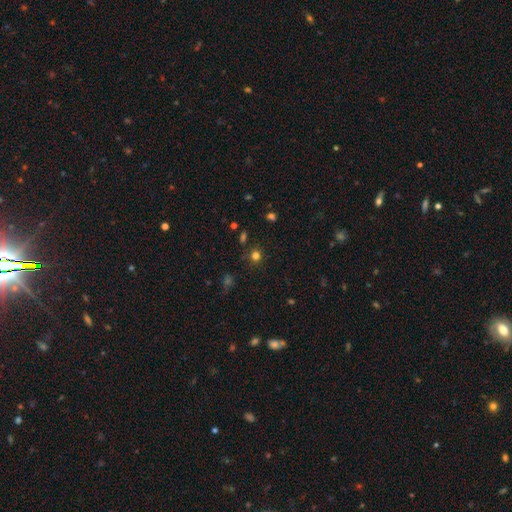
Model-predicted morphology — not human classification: Smooth or featured: smooth — 71% (star or artifact — 24%)
How rounded: round — 89% (in between — 10%)
Merging: none — 84% (minor disturbance — 10%)